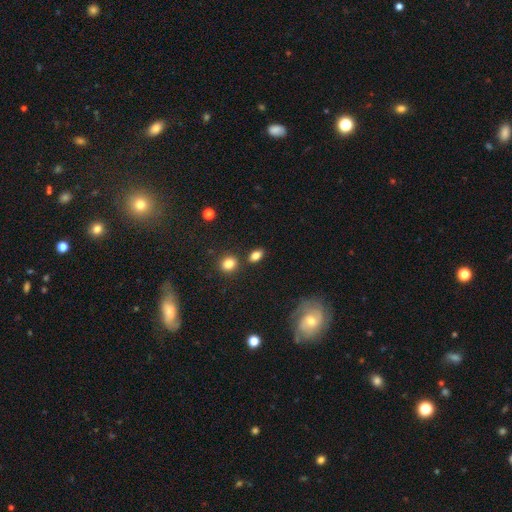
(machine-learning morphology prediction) Smooth or featured: smooth — 82% (star or artifact — 10%)
How rounded: in between — 81% (round — 15%)
Merging: none — 79% (minor disturbance — 10%)